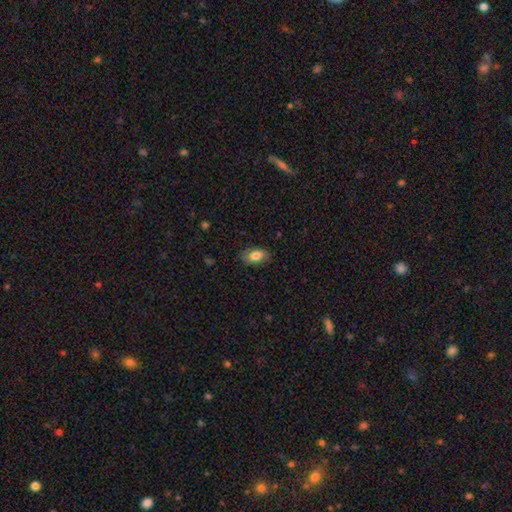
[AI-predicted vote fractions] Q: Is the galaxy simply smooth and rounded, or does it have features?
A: smooth — 82%.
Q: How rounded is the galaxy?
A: in between — 90%.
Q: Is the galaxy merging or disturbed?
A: none — 82%.